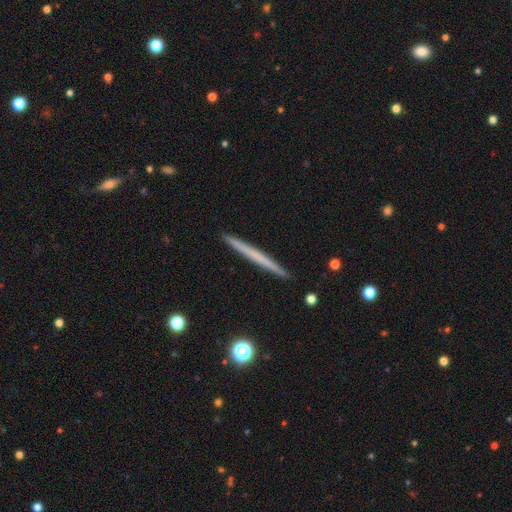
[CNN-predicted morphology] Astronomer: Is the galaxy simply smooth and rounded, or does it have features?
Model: smooth — 49% (runner-up: featured or disk, 45%).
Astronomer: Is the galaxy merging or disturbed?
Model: none — 93%.